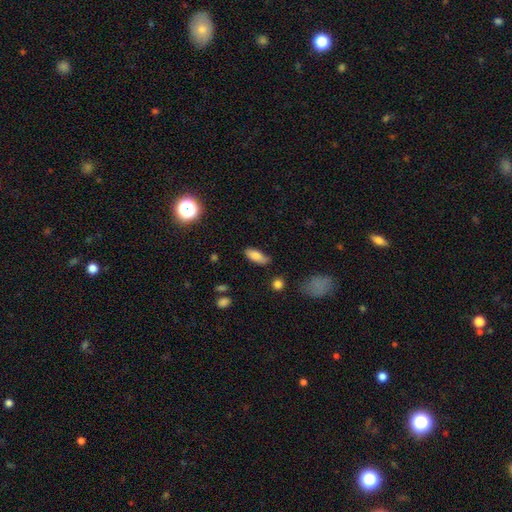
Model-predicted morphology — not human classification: A smooth galaxy with no disk features (82%) that is in between round and cigar-shaped (81%).

Vote fractions:
- Smooth or featured? smooth: 82% / featured or disk: 10% / star or artifact: 8%
- How rounded? in between: 81% / cigar-shaped: 17% / round: 3%
- Merging? none: 75% / minor disturbance: 20% / major disturbance: 4% / merger: 2%